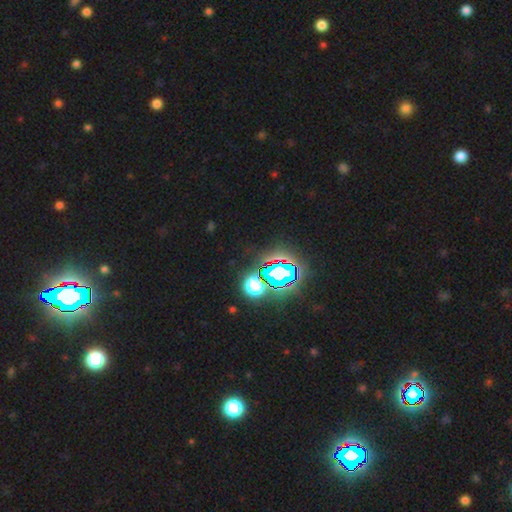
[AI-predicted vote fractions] This appears to be a star or artifact, not a galaxy (79%).